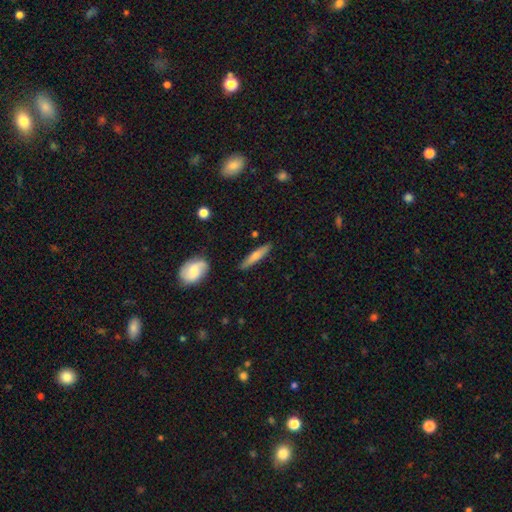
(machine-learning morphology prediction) type=smooth (60%); roundness=cigar-shaped (86%); merging=none (87%).